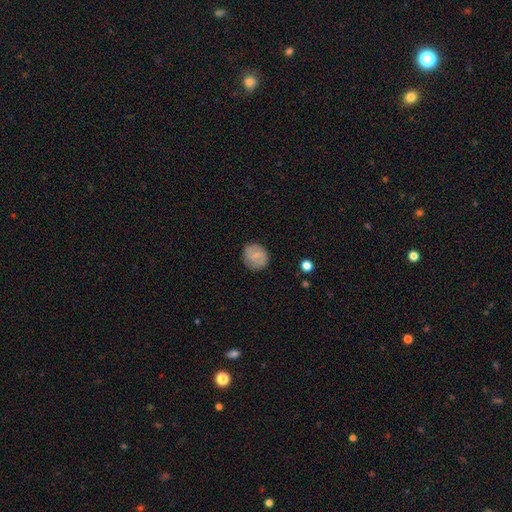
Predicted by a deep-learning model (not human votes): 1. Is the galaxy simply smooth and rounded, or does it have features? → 72% smooth, 20% featured or disk, 8% star or artifact.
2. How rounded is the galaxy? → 80% round, 19% in between, 1% cigar-shaped.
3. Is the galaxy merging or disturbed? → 86% none, 10% minor disturbance, 3% major disturbance, 1% merger.